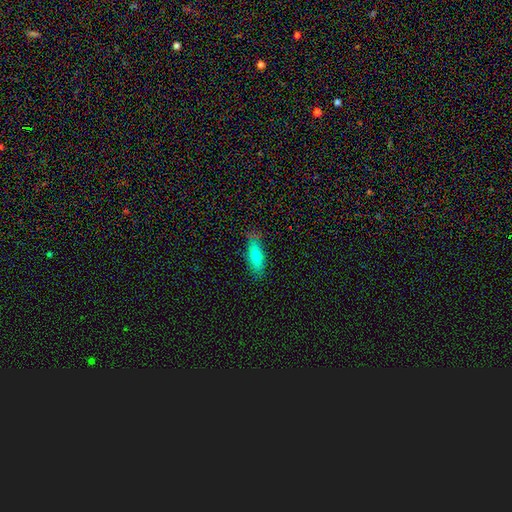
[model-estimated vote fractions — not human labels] Smooth or featured: smooth — 72% (featured or disk — 21%)
How rounded: cigar-shaped — 52% (in between — 45%)
Merging: none — 77% (minor disturbance — 18%)